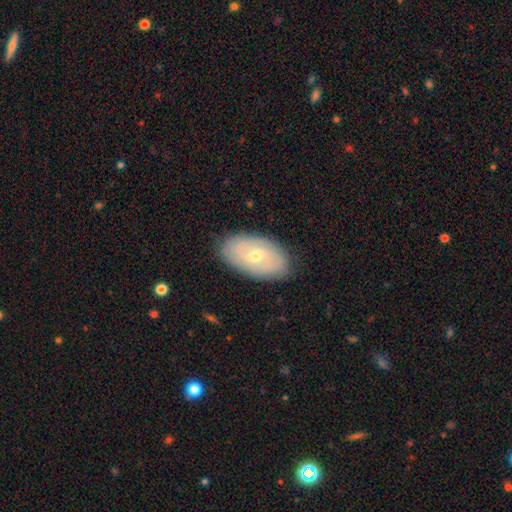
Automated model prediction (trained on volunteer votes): Morphology: type=featured or disk (54%); edge-on=no (91%); merging=none (84%).